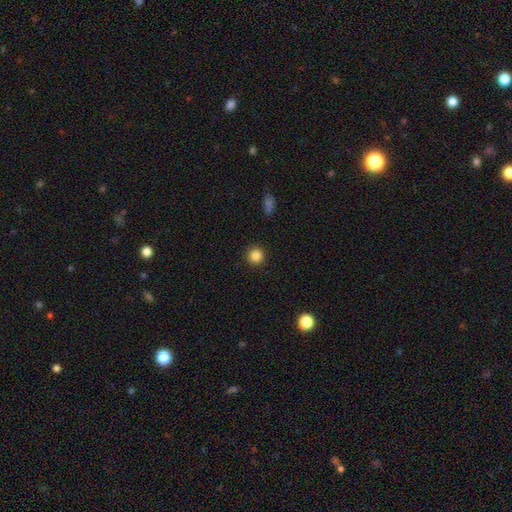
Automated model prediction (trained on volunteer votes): A smooth galaxy with no disk features (86%) that is round (95%). Merging: none (92%).